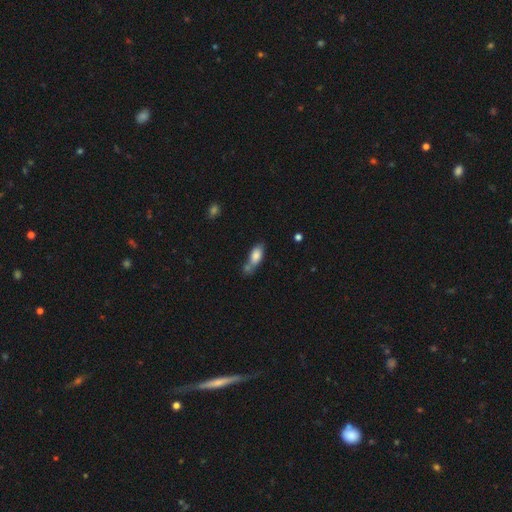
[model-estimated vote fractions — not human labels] smooth-or-featured: smooth: 80% | featured or disk: 12% | star or artifact: 8%
  how-rounded: in between: 79% | cigar-shaped: 17% | round: 4%
  merging: none: 37% | merger: 33% | minor disturbance: 21% | major disturbance: 9%